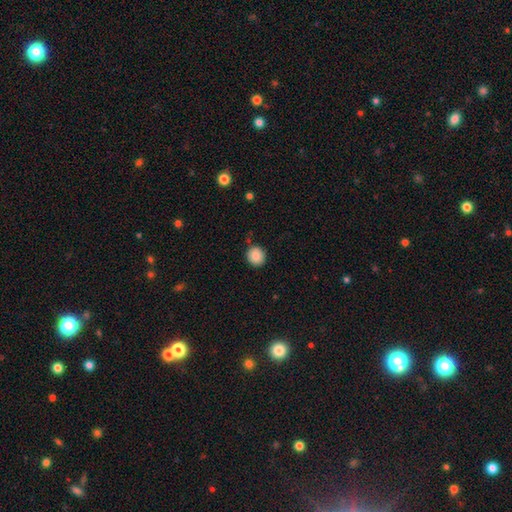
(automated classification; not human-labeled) smooth 87%, star or artifact 9%, featured or disk 4%. Down the decision tree: how rounded — round (89%); merging — none (84%).